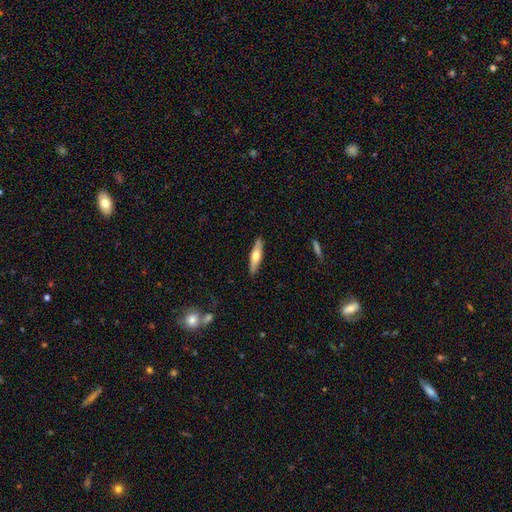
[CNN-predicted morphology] A smooth galaxy with no disk features (53%) that is cigar-shaped (75%). Merging: none (89%).